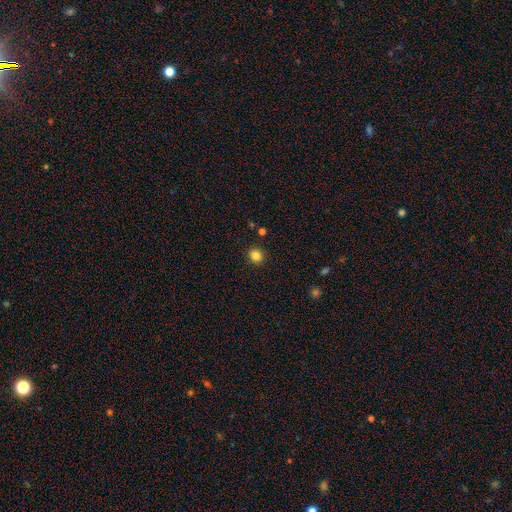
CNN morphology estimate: Smooth or featured: smooth — 84% (star or artifact — 12%)
How rounded: round — 76% (in between — 23%)
Merging: none — 90% (minor disturbance — 7%)